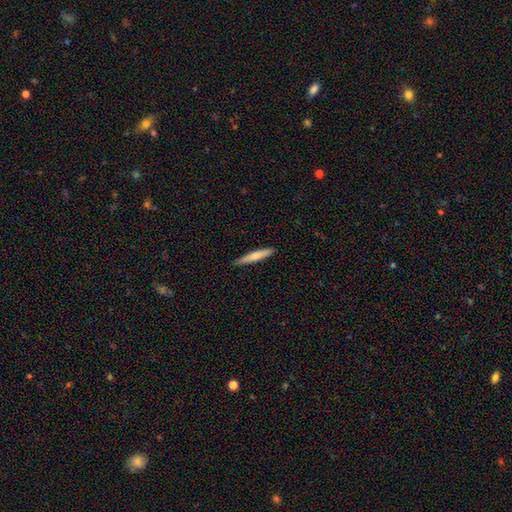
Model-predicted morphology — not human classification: type=smooth (66%); roundness=cigar-shaped (93%); merging=none (89%).